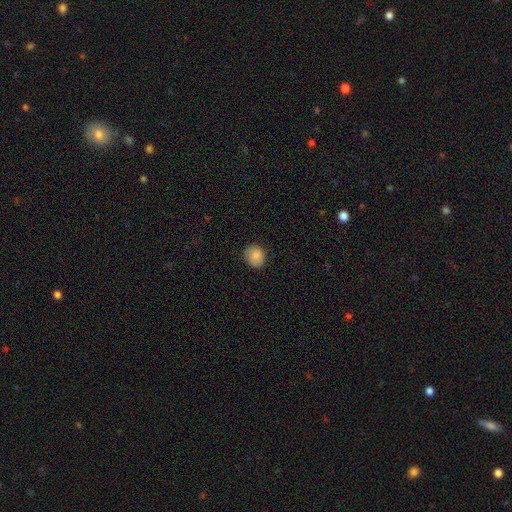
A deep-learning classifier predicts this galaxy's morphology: smooth_or_featured: smooth (p=0.87) [alt: star or artifact p=0.08]
how_rounded: round (p=0.76) [alt: in between p=0.24]
merging: none (p=0.83) [alt: minor disturbance p=0.14]